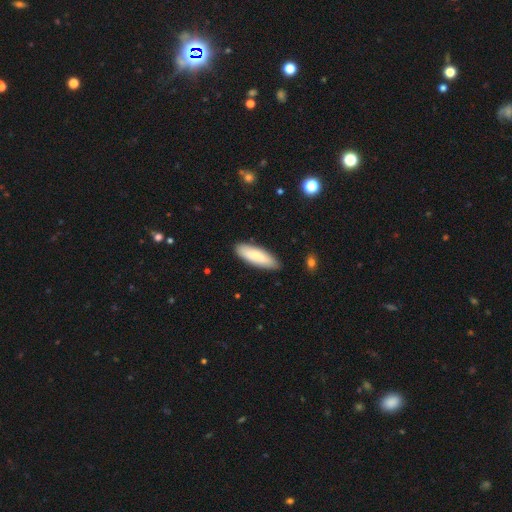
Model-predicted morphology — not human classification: Smooth or featured? smooth (82%)
How rounded? in between (50%)
Merging? none (87%)